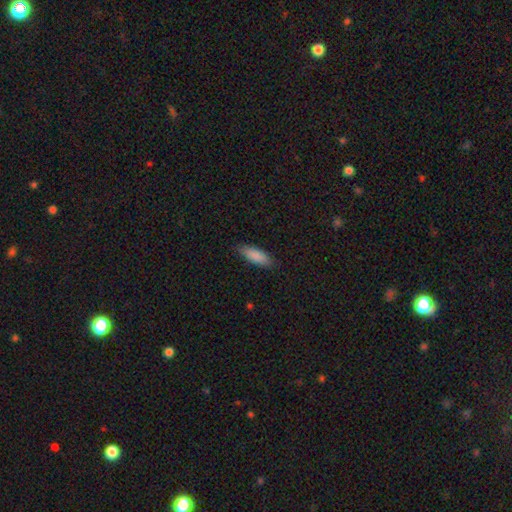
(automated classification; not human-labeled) A smooth galaxy with no disk features (88%) that is in between round and cigar-shaped (66%).

Vote fractions:
- Smooth or featured? smooth: 88% / star or artifact: 6% / featured or disk: 6%
- How rounded? in between: 66% / cigar-shaped: 32% / round: 2%
- Merging? none: 83% / minor disturbance: 14% / major disturbance: 2% / merger: 1%